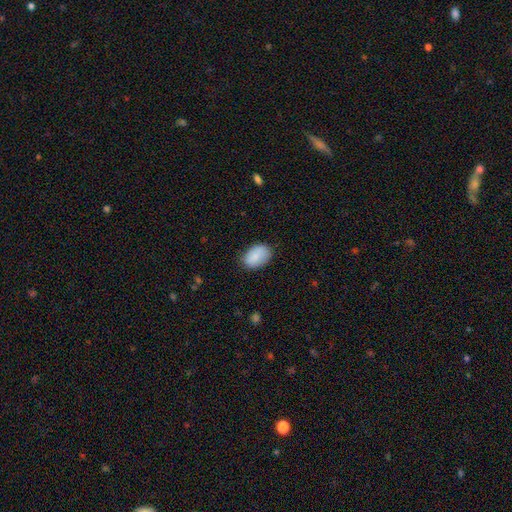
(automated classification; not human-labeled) Morphology: type=smooth (87%); roundness=in between (88%); merging=none (79%).